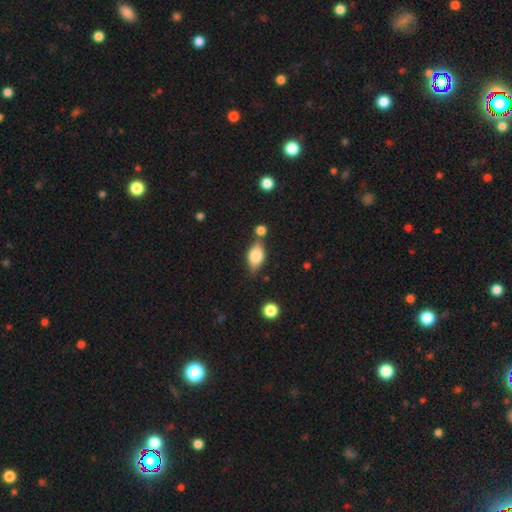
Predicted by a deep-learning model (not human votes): The model was most divided on "merging": none: 63%, minor disturbance: 18%, merger: 15%, major disturbance: 5%. More confident: how rounded — in between (85%); smooth or featured — smooth (73%).